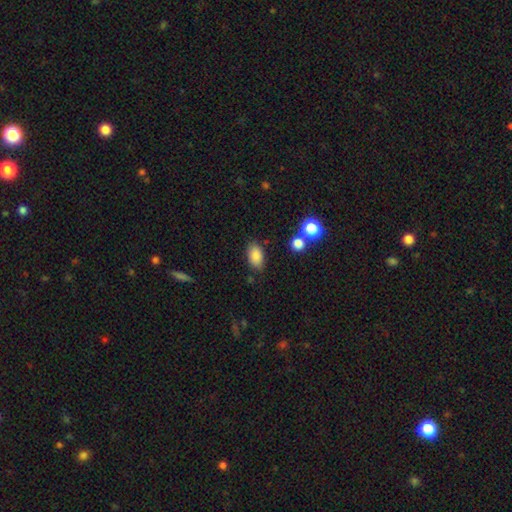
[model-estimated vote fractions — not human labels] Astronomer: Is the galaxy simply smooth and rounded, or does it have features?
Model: smooth — 85%.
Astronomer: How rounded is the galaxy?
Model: in between — 90%.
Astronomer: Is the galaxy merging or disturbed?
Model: none — 81%.